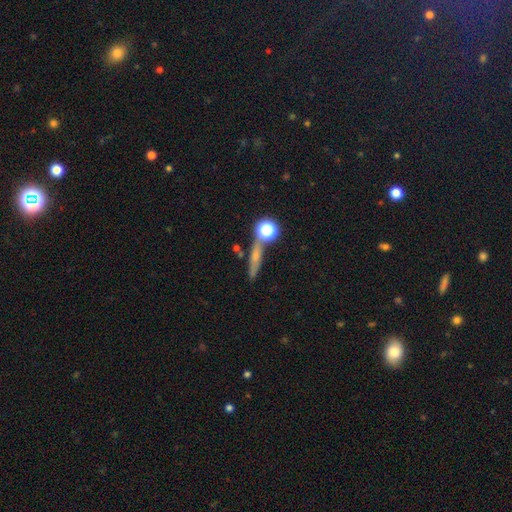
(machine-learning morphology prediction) A smooth galaxy with no disk features (45%).

Vote fractions:
- Smooth or featured? smooth: 45% / featured or disk: 35% / star or artifact: 20%
- Merging? none: 74% / minor disturbance: 11% / merger: 11% / major disturbance: 4%